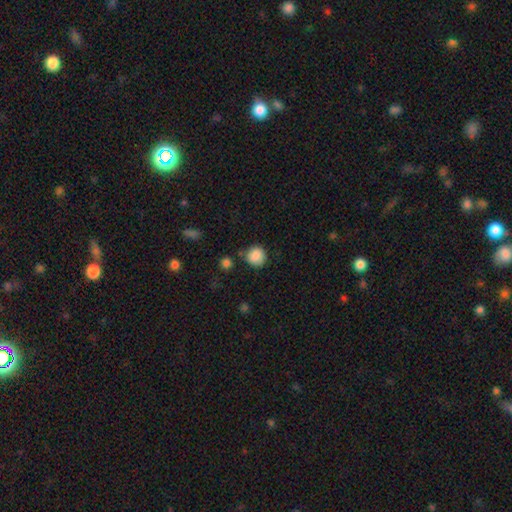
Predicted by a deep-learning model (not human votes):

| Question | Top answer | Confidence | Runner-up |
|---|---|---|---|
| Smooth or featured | smooth | 87% | star or artifact (9%) |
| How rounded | round | 89% | in between (10%) |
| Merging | none | 76% | minor disturbance (14%) |